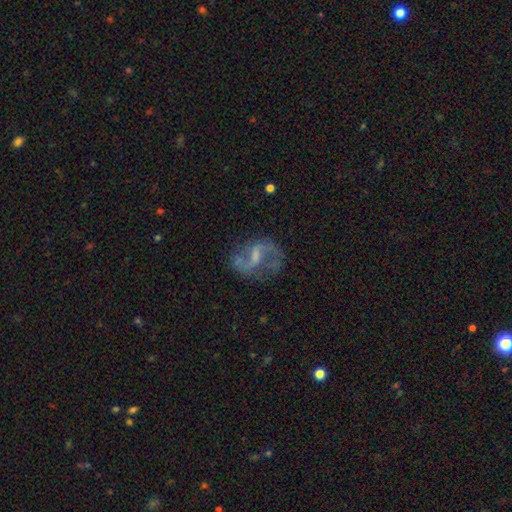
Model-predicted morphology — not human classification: The model was most divided on "bulge size": none: 38%, small: 35%, moderate: 23%, large: 3%, dominant: 1%. More confident: edge-on disk — no (98%); spiral arms — yes (92%); spiral arm count — 2 (89%); smooth or featured — featured or disk (83%); merging — none (66%); spiral winding — loose (57%); bar — weak (54%).